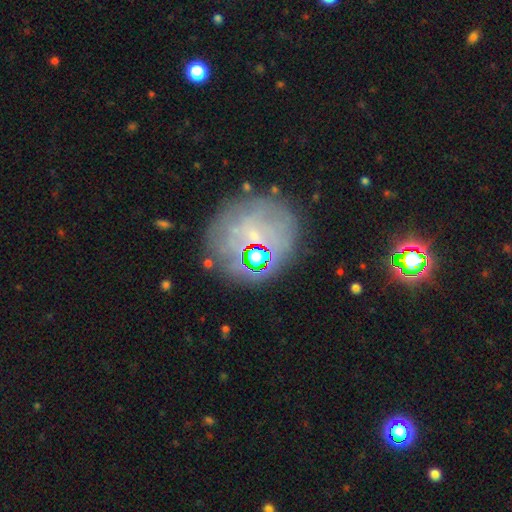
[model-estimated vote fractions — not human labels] This is marginally a featured or disk galaxy (41%). Merging: likely none (69%).